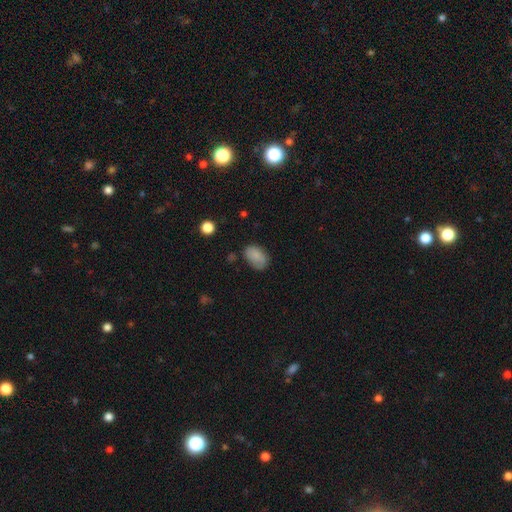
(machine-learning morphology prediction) This is clearly a smooth galaxy (84%). How rounded: clearly in between (88%). Merging: likely none (67%).